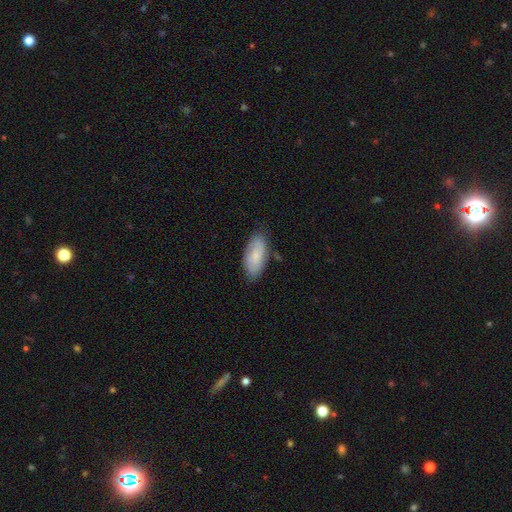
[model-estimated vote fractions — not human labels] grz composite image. It shows a smooth galaxy with no disk features (71%) that is in between round and cigar-shaped (92%). Merging: none (77%).